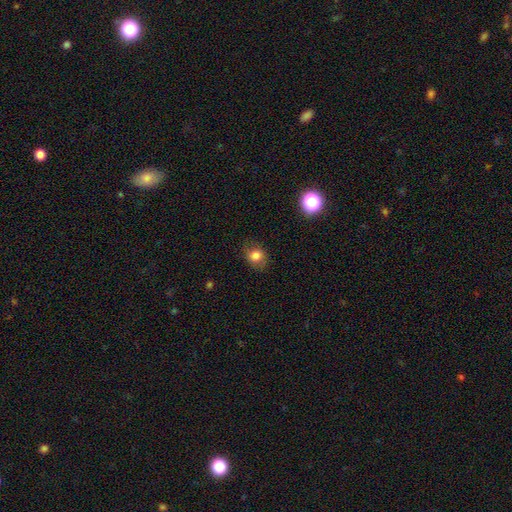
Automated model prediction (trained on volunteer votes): Smooth or featured?
  - smooth: 79% *
  - star or artifact: 12%
  - featured or disk: 9%
How rounded?
  - round: 64% *
  - in between: 35%
  - cigar-shaped: 1%
Merging?
  - none: 77% *
  - minor disturbance: 17%
  - major disturbance: 5%
  - merger: 1%